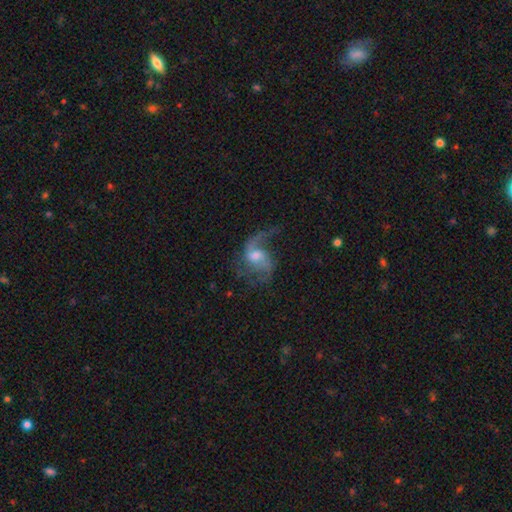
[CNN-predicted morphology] A featured or disk galaxy (78%) with no bar (46%), 2 (59%) loose (67%) spiral arms (92%) and a moderate central bulge (55%). Merging: none (44%).